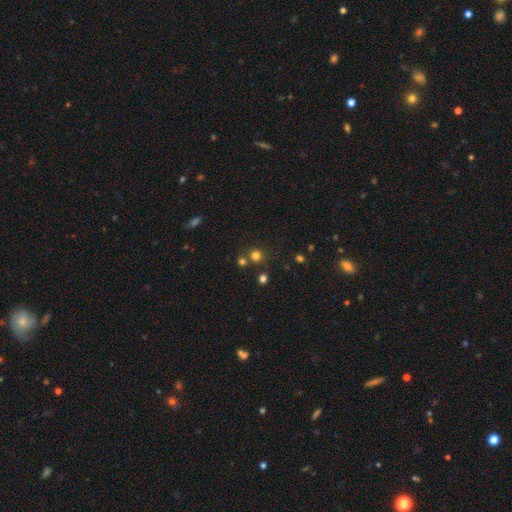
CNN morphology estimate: A smooth galaxy with no disk features (73%) that is round (90%).

Vote fractions:
- Smooth or featured? smooth: 73% / star or artifact: 21% / featured or disk: 6%
- How rounded? round: 90% / in between: 9% / cigar-shaped: 1%
- Merging? none: 73% / merger: 17% / minor disturbance: 7% / major disturbance: 3%